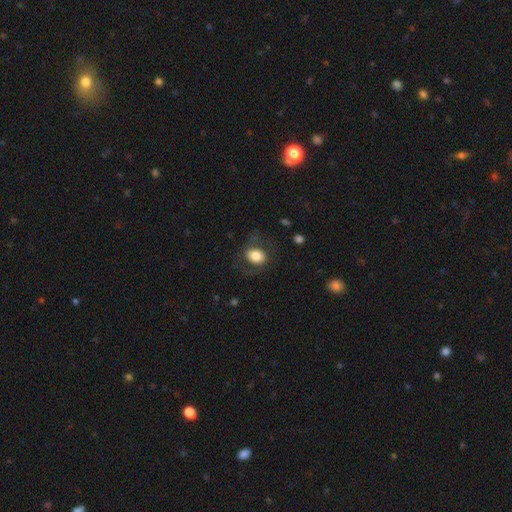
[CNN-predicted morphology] A smooth galaxy with no disk features (77%) that is in between round and cigar-shaped (61%).

Vote fractions:
- Smooth or featured? smooth: 77% / featured or disk: 15% / star or artifact: 8%
- How rounded? in between: 61% / round: 38% / cigar-shaped: 1%
- Merging? none: 71% / minor disturbance: 16% / major disturbance: 12% / merger: 1%